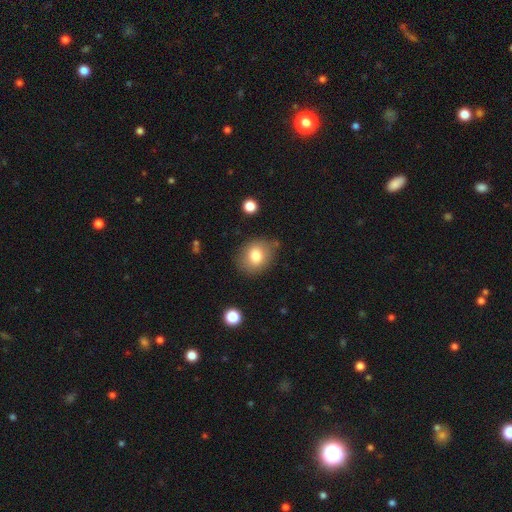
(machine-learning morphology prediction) smooth_or_featured: smooth (p=0.79) [alt: featured or disk p=0.12]
how_rounded: round (p=0.53) [alt: in between p=0.46]
merging: none (p=0.77) [alt: minor disturbance p=0.16]